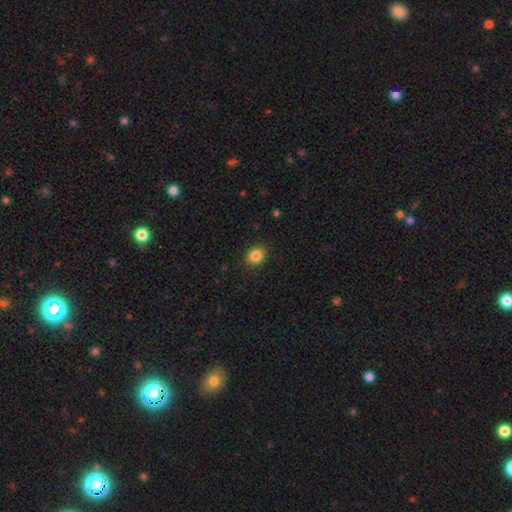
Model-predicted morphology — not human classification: Smooth or featured: smooth — 86% (star or artifact — 10%)
How rounded: round — 60% (in between — 39%)
Merging: none — 88% (minor disturbance — 8%)